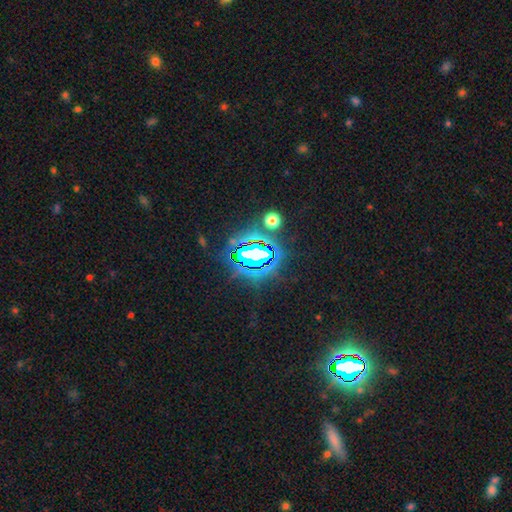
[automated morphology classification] type=star or artifact (77%).